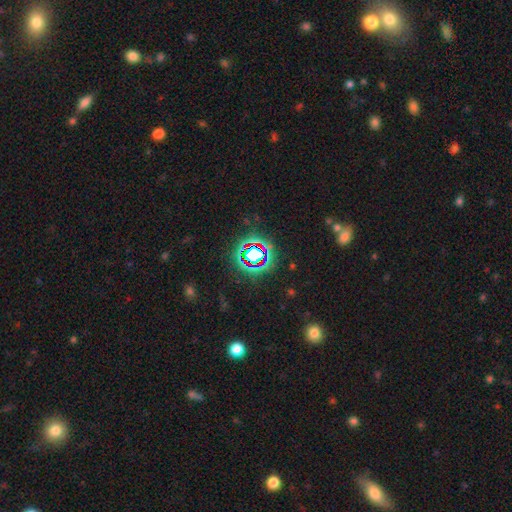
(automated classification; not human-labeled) Overall: star or artifact (73%).